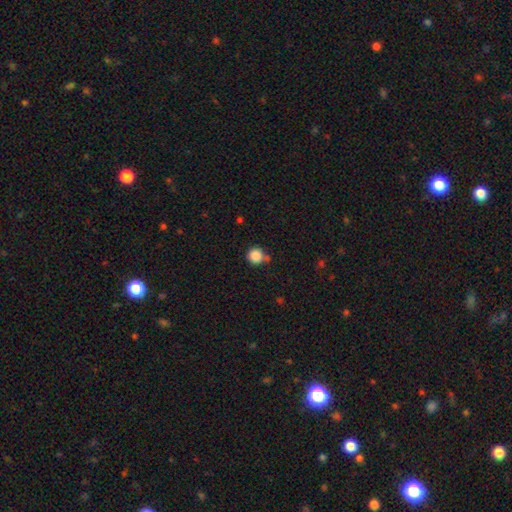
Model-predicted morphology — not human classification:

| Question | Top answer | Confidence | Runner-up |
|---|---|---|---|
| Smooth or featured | smooth | 86% | star or artifact (10%) |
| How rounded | round | 94% | in between (5%) |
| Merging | none | 70% | minor disturbance (17%) |